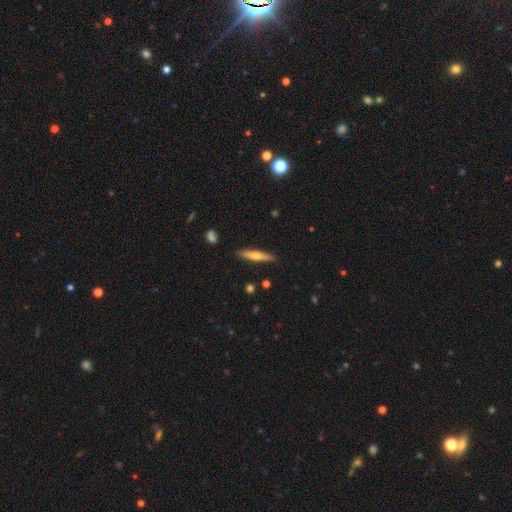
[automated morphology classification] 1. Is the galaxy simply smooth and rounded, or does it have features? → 52% smooth, 42% featured or disk, 6% star or artifact.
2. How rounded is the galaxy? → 88% cigar-shaped, 10% in between, 2% round.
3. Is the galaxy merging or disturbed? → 88% none, 9% minor disturbance, 2% major disturbance, 2% merger.